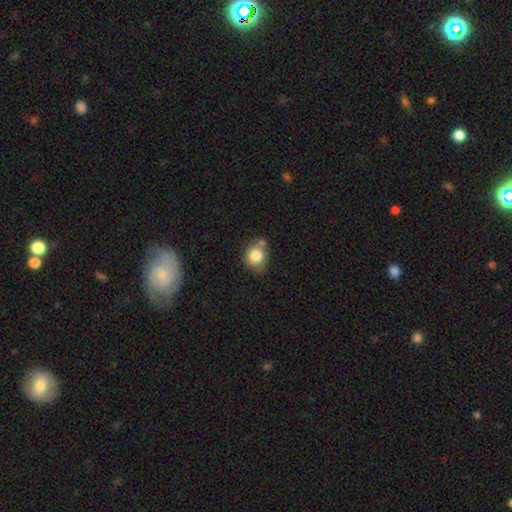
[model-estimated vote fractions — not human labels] Smooth or featured? Predicted: smooth (p=0.81). How rounded? Predicted: round (p=0.64). Merging? Predicted: none (p=0.51).